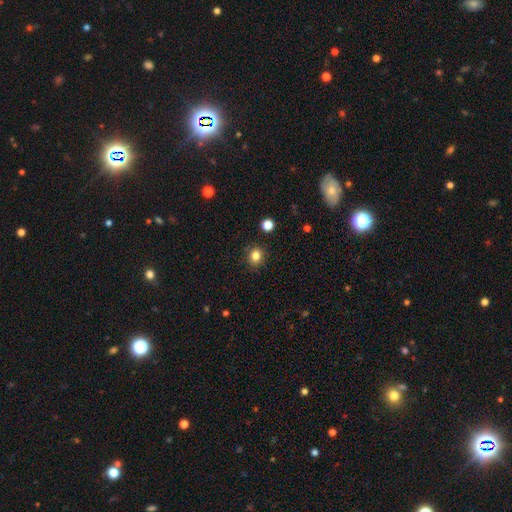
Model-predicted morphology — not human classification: Smooth or featured? smooth (83%)
How rounded? round (72%)
Merging? none (88%)